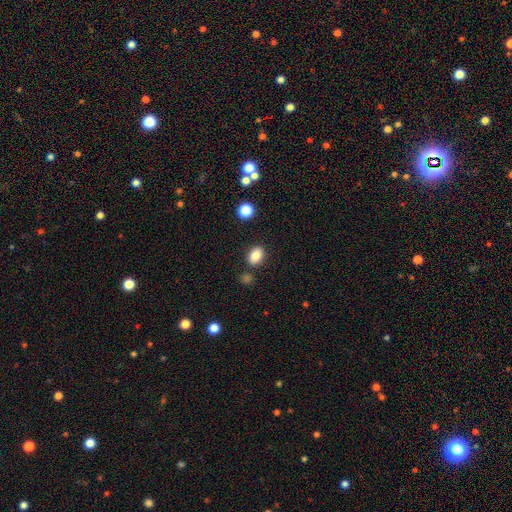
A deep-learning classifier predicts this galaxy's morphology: smooth 84%, star or artifact 10%, featured or disk 7%. Down the decision tree: how rounded — in between (77%); merging — none (82%).